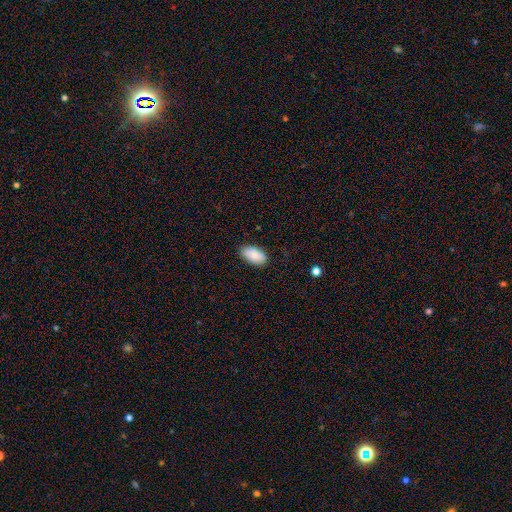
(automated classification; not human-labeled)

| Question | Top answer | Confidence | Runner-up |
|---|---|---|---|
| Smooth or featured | smooth | 86% | featured or disk (7%) |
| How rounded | in between | 95% | round (3%) |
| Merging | none | 82% | minor disturbance (14%) |